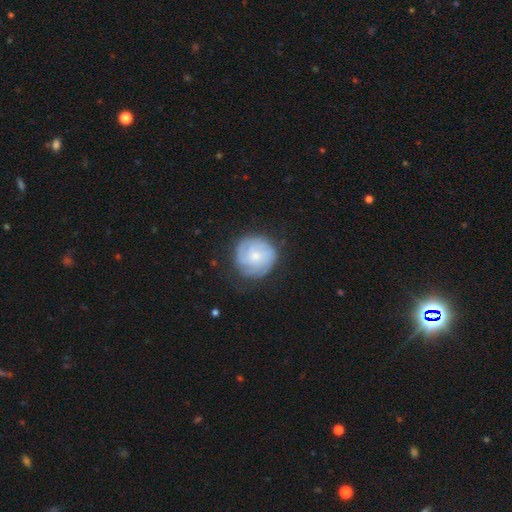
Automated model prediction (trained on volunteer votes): Q: Smooth or featured?
A: featured or disk (64%); runner-up: smooth (30%)
Q: Edge-on disk?
A: no (98%); runner-up: yes (2%)
Q: Bar?
A: no (73%); runner-up: weak (24%)
Q: Spiral arms?
A: yes (90%); runner-up: no (10%)
Q: Spiral winding?
A: tight (67%); runner-up: medium (25%)
Q: Spiral arm count?
A: can't tell (39%); runner-up: 3 (23%)
Q: Bulge size?
A: small (58%); runner-up: moderate (35%)
Q: Merging?
A: none (77%); runner-up: minor disturbance (16%)